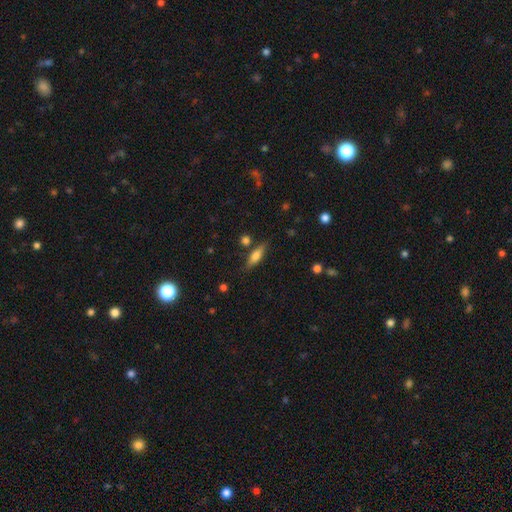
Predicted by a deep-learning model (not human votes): Morphology: type=smooth (57%); roundness=cigar-shaped (57%); merging=none (78%).